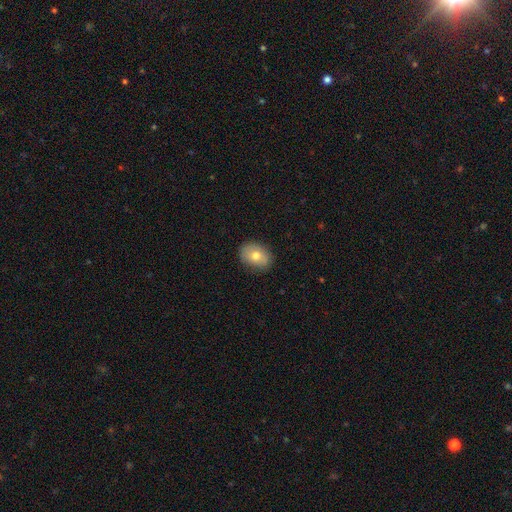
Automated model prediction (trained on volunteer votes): Smooth or featured: smooth — 73% (featured or disk — 19%)
How rounded: in between — 66% (round — 33%)
Merging: none — 86% (minor disturbance — 11%)